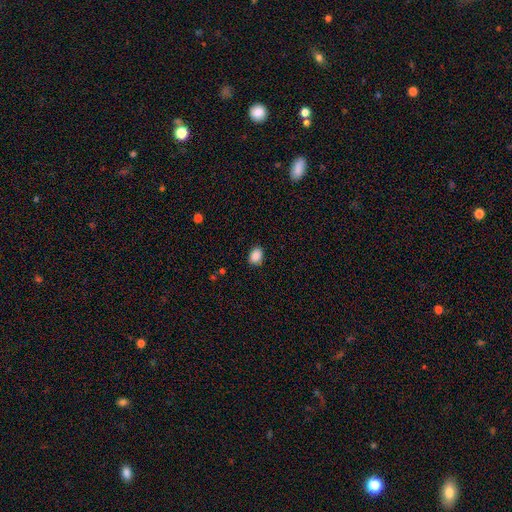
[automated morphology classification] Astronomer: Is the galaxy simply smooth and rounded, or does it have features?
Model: smooth — 89%.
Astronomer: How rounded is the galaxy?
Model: in between — 72%.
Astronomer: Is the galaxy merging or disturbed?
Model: none — 85%.